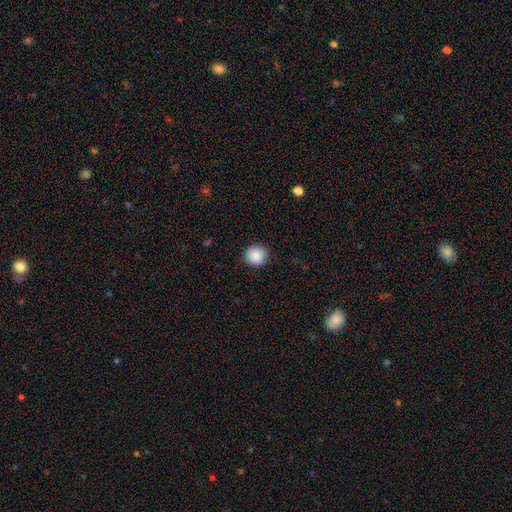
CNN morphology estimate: Smooth or featured? smooth (89%)
How rounded? round (92%)
Merging? none (91%)